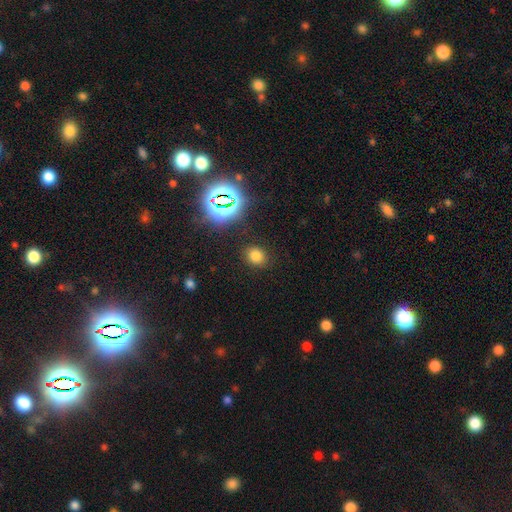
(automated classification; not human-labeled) This appears to be a smooth galaxy with no disk features (74%) that is round (63%). Merging: none (87%).